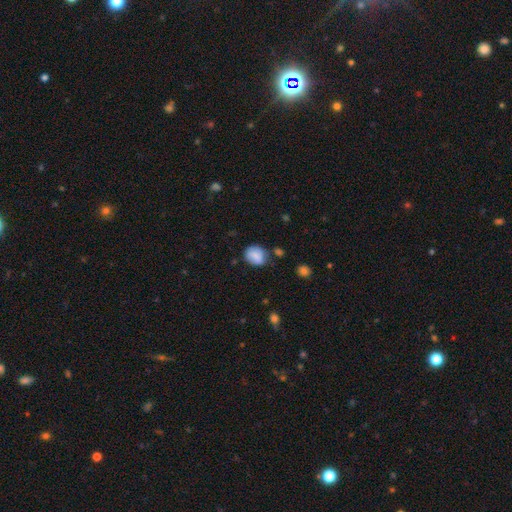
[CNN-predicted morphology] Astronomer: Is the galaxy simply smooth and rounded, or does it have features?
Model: smooth — 80%.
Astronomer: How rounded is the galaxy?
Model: round — 60% (runner-up: in between, 39%).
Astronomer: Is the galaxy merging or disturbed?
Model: none — 66%.